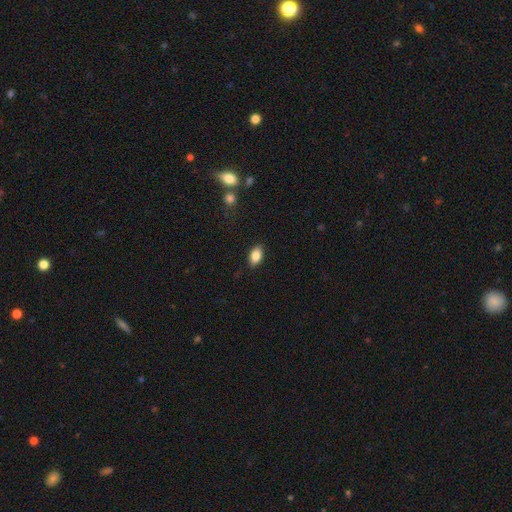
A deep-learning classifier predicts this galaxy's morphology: type=smooth (85%); roundness=in between (91%); merging=none (87%).